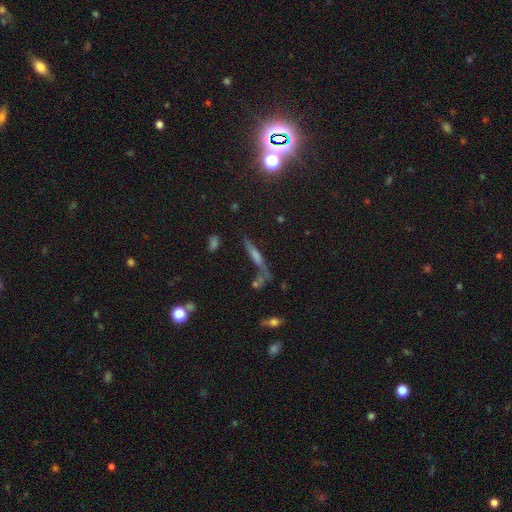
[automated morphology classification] smooth-or-featured: featured or disk: 42% | smooth: 36% | star or artifact: 22%
  merging: none: 51% | merger: 19% | minor disturbance: 17% | major disturbance: 13%